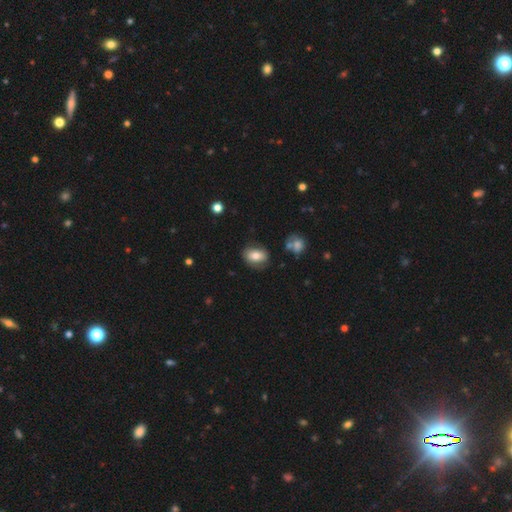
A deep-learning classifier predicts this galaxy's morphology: smooth 73%, featured or disk 19%, star or artifact 8%. Down the decision tree: how rounded — in between (75%); merging — none (73%).